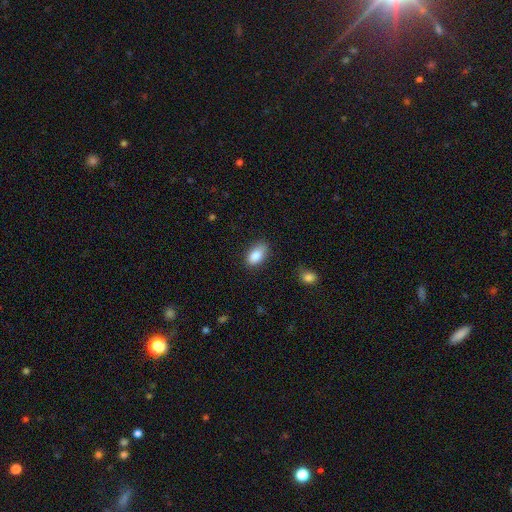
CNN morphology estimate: Q: Smooth or featured?
A: smooth (87%); runner-up: star or artifact (7%)
Q: How rounded?
A: in between (92%); runner-up: round (5%)
Q: Merging?
A: none (77%); runner-up: minor disturbance (18%)